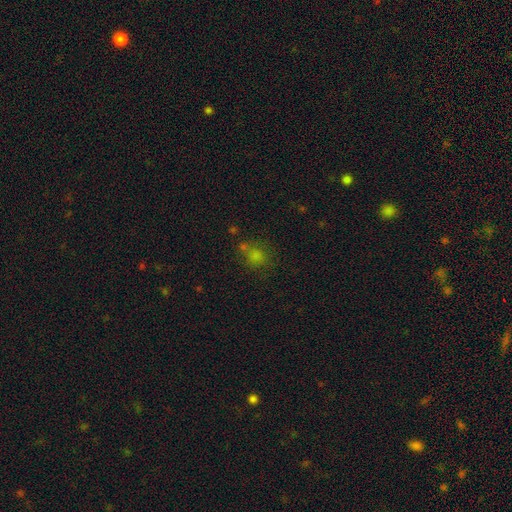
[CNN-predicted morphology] This is likely a smooth galaxy (66%). How rounded: likely round (72%). Merging: possibly none (59%).